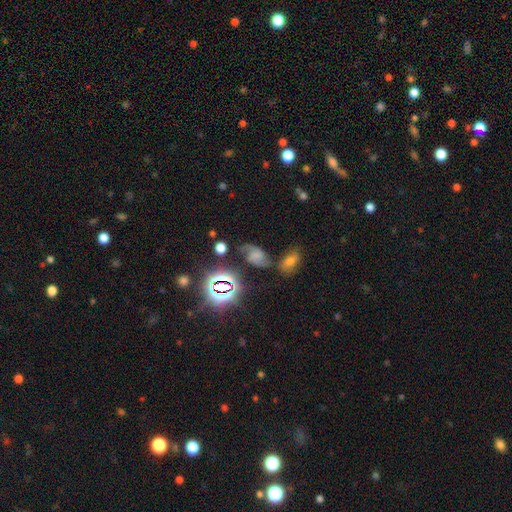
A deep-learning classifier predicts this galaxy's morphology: smooth_or_featured: featured or disk (p=0.49) [alt: smooth p=0.29]
merging: none (p=0.53) [alt: minor disturbance p=0.23]